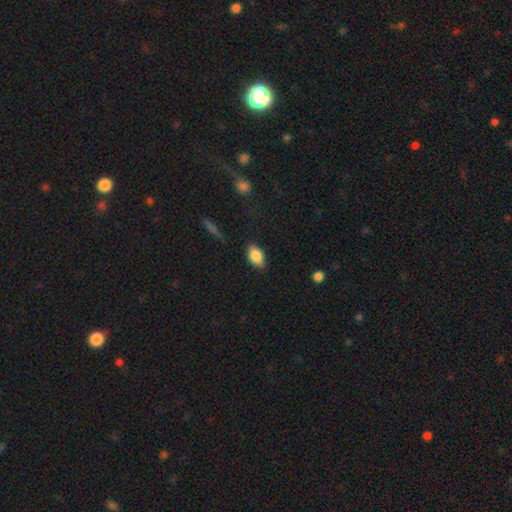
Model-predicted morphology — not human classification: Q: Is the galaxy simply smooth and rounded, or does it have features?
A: smooth — 80%.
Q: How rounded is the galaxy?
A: in between — 89%.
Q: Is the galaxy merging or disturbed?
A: none — 84%.